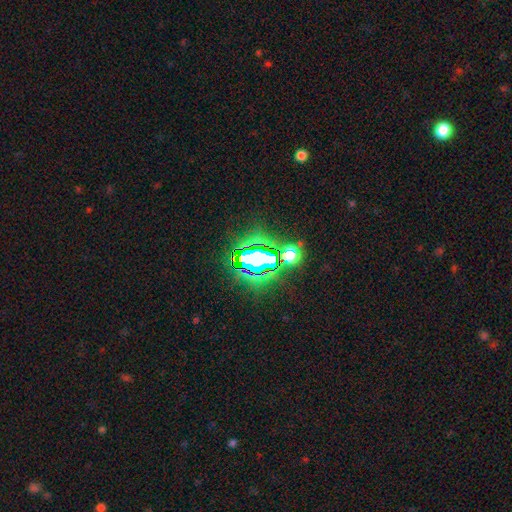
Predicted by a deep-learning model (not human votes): smooth-or-featured: star or artifact: 79% | smooth: 12% | featured or disk: 10%